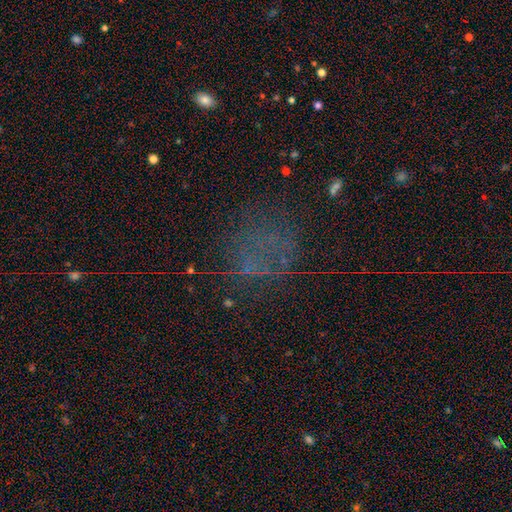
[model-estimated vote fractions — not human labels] Morphology: type=smooth (42%); merging=none (65%).